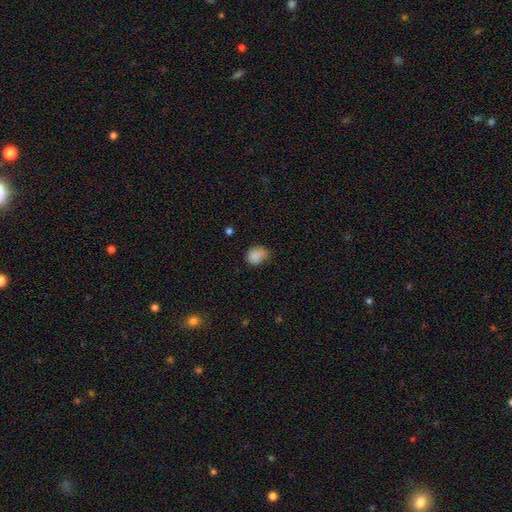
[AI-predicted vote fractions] Smooth or featured: smooth — 86% (star or artifact — 10%)
How rounded: in between — 50% (round — 49%)
Merging: none — 54% (minor disturbance — 36%)